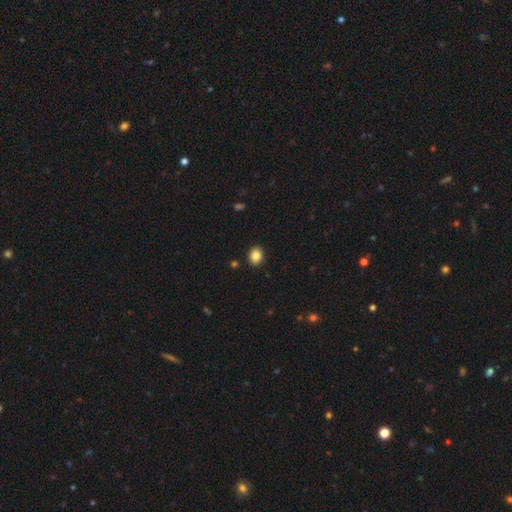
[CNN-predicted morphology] Q: Smooth or featured?
A: smooth (85%); runner-up: star or artifact (9%)
Q: How rounded?
A: round (50%); runner-up: in between (49%)
Q: Merging?
A: none (90%); runner-up: minor disturbance (6%)